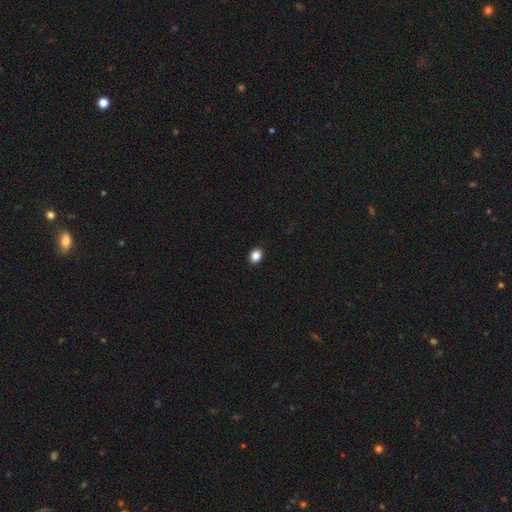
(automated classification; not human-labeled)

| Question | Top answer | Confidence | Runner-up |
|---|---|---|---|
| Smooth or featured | smooth | 86% | star or artifact (10%) |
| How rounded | in between | 52% | round (47%) |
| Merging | none | 91% | minor disturbance (6%) |